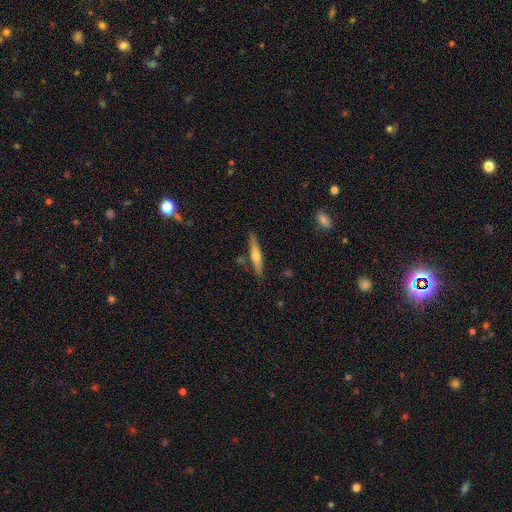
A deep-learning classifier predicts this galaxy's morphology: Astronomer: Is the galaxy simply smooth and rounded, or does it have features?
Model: featured or disk — 54% (runner-up: smooth, 40%).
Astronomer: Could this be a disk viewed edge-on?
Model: yes — 95%.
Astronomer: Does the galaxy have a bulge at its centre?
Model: rounded — 88%.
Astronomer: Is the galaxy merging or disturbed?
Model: none — 84%.